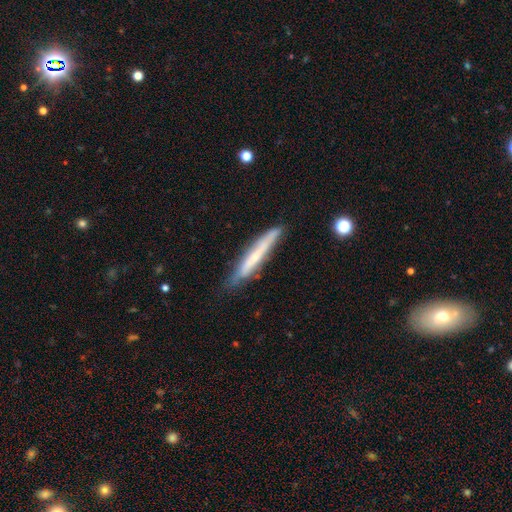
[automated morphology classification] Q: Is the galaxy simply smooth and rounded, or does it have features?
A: smooth — 48%.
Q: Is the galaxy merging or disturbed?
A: none — 74%.